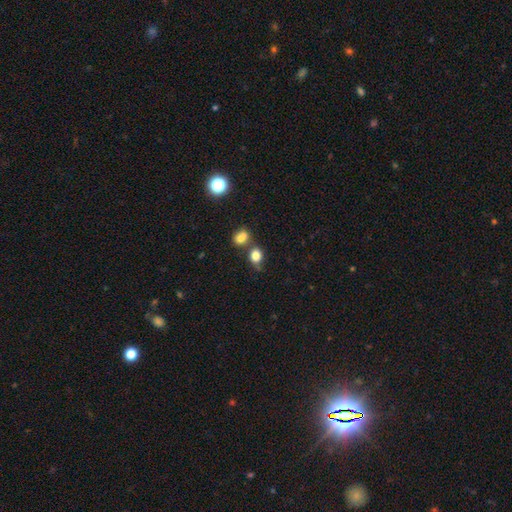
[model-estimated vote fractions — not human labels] The model was most divided on "how rounded": round: 54%, in between: 45%, cigar-shaped: 1%. More confident: smooth or featured — smooth (82%); merging — none (52%).